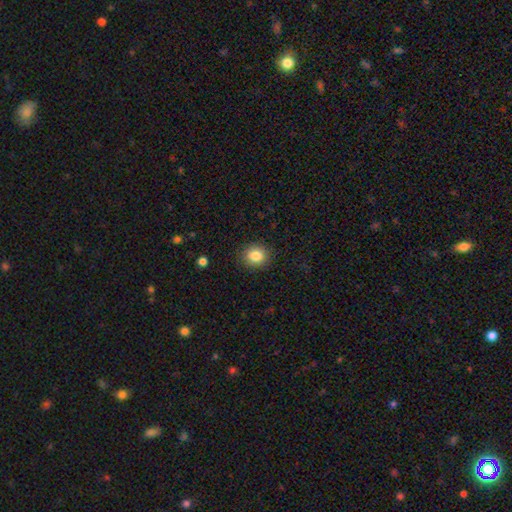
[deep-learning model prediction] Morphology: type=smooth (85%); roundness=round (76%); merging=none (89%).